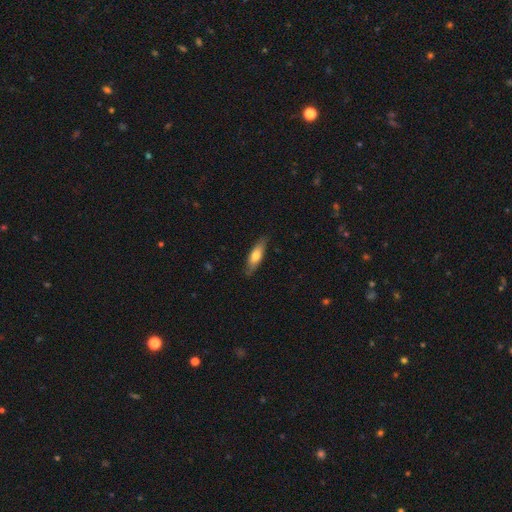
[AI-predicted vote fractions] Morphology: type=smooth (66%); roundness=cigar-shaped (54%); merging=none (82%).